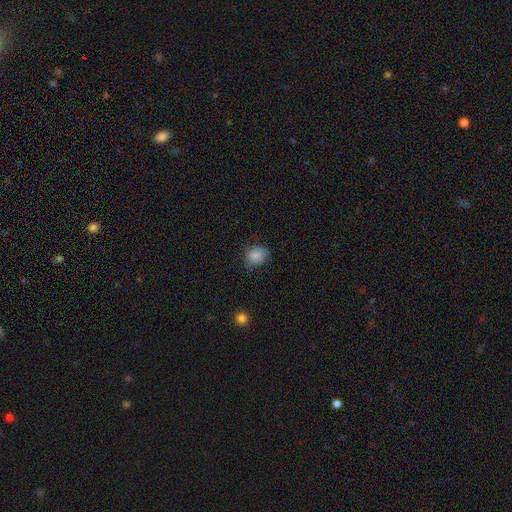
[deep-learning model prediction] Morphology: type=smooth (82%); roundness=round (60%); merging=none (65%).